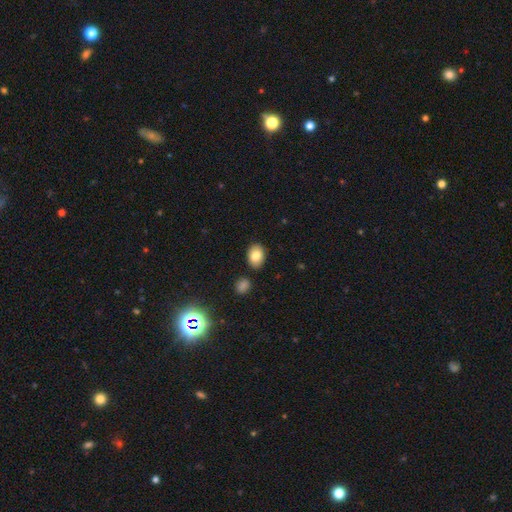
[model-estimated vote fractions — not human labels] Smooth or featured? Predicted: smooth (p=0.83). How rounded? Predicted: in between (p=0.81). Merging? Predicted: none (p=0.86).